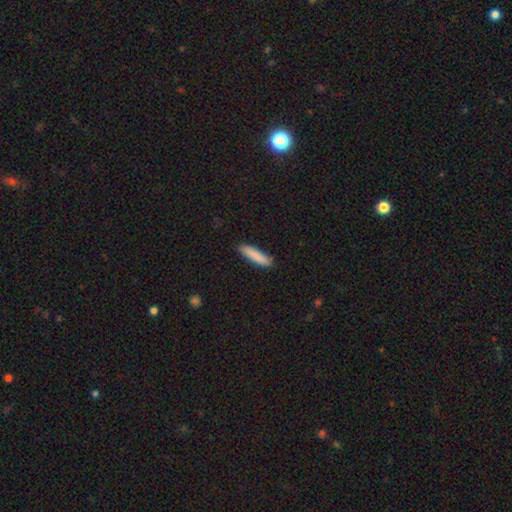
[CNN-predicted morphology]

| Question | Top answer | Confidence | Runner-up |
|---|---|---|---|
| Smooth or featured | smooth | 87% | featured or disk (8%) |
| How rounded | cigar-shaped | 82% | in between (17%) |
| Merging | none | 86% | minor disturbance (11%) |